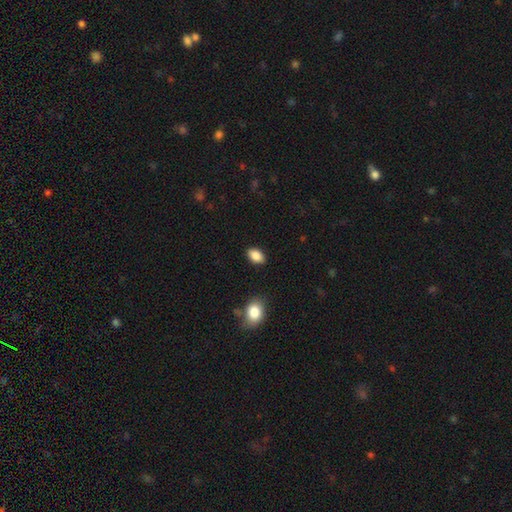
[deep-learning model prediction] Morphology: type=smooth (88%); roundness=in between (89%); merging=none (88%).